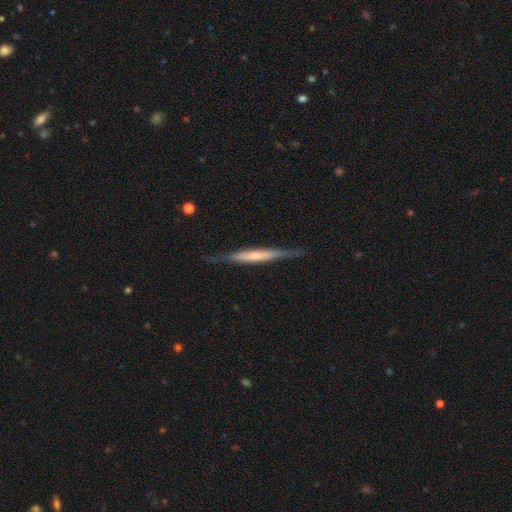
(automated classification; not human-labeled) A featured or disk galaxy (60%) viewed edge-on (95%) with no central bulge (53%). Merging: none (81%).